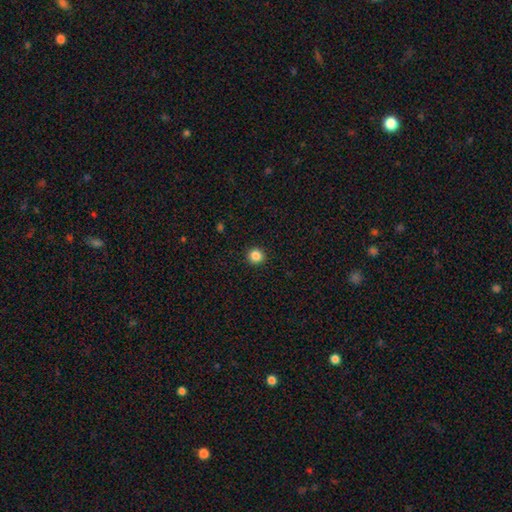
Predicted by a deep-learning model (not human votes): smooth-or-featured: smooth: 85% | star or artifact: 11% | featured or disk: 4%
  how-rounded: round: 94% | in between: 5% | cigar-shaped: 1%
  merging: none: 93% | minor disturbance: 4% | major disturbance: 2% | merger: 1%